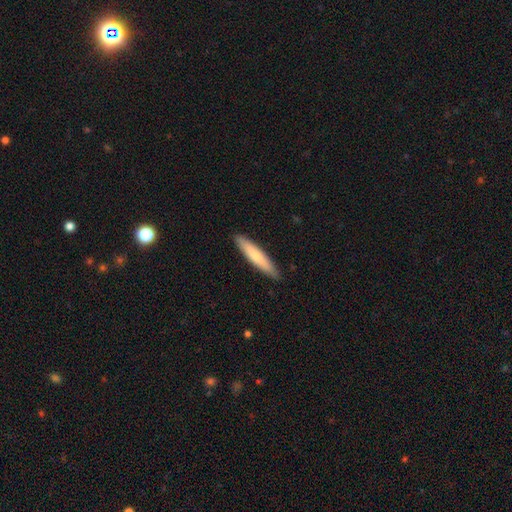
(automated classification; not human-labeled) Q: Smooth or featured?
A: smooth (72%); runner-up: featured or disk (24%)
Q: How rounded?
A: cigar-shaped (88%); runner-up: in between (11%)
Q: Merging?
A: none (89%); runner-up: minor disturbance (8%)